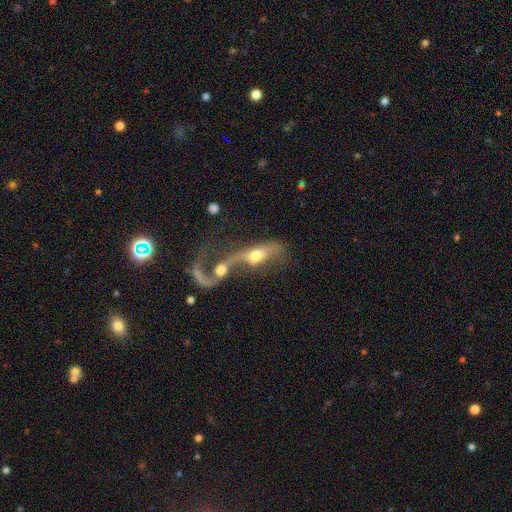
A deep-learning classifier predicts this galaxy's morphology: Smooth or featured? featured or disk (56%)
Edge-on disk? no (79%)
Merging? merger (72%)